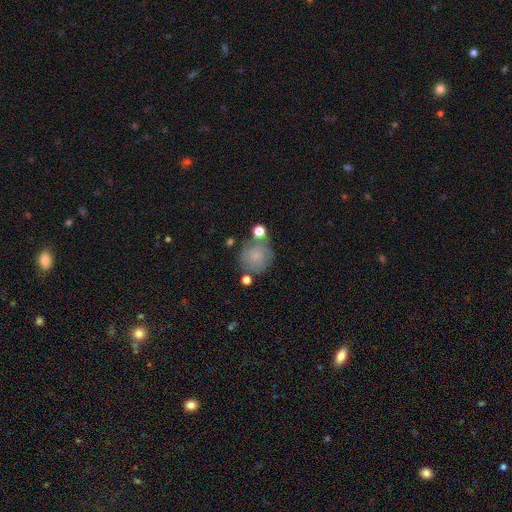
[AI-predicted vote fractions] This is likely a smooth galaxy (66%). How rounded: clearly round (89%). Merging: possibly none (59%).